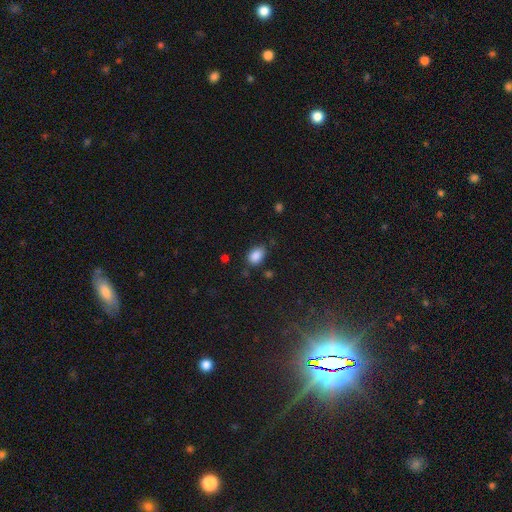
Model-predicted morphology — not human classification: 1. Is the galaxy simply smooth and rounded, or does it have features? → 87% smooth, 9% star or artifact, 4% featured or disk.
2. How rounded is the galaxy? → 82% in between, 17% round, 1% cigar-shaped.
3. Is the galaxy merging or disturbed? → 74% none, 19% minor disturbance, 4% major disturbance, 3% merger.